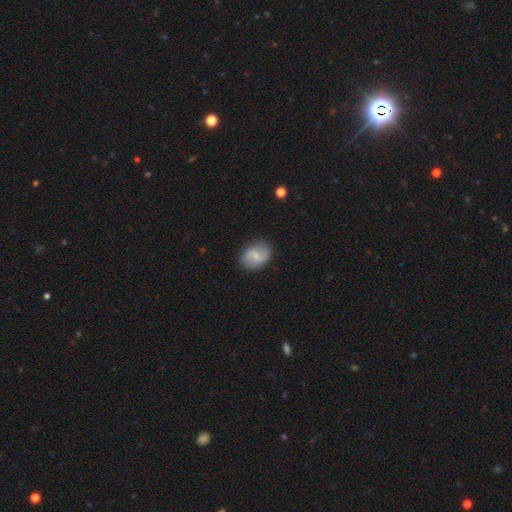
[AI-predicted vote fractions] smooth-or-featured: featured or disk: 50% | smooth: 43% | star or artifact: 7%
  merging: none: 82% | minor disturbance: 13% | major disturbance: 3% | merger: 1%